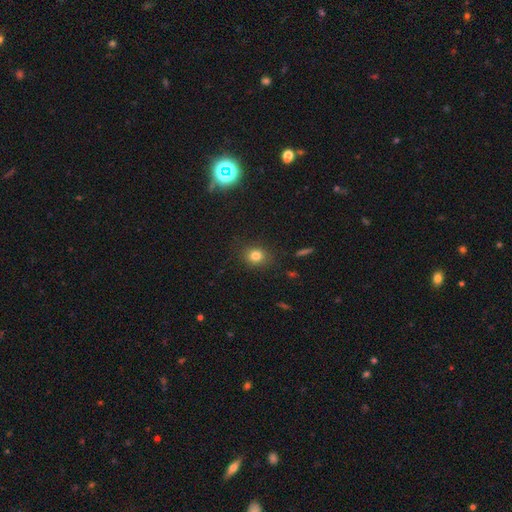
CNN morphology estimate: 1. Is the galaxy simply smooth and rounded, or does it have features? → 80% smooth, 13% star or artifact, 7% featured or disk.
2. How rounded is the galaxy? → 69% round, 29% in between, 1% cigar-shaped.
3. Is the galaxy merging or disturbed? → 85% none, 11% minor disturbance, 3% major disturbance, 1% merger.